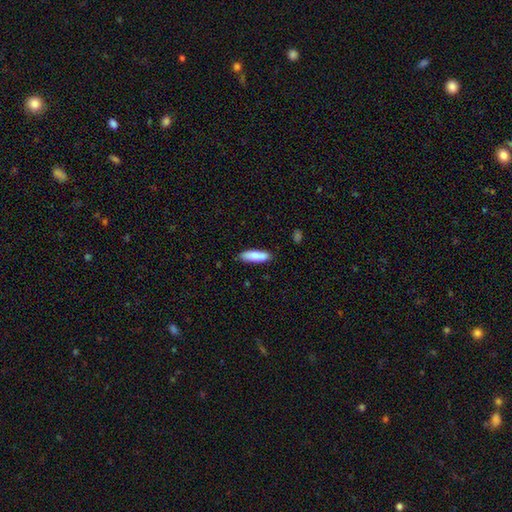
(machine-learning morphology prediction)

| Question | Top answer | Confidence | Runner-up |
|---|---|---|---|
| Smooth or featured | smooth | 83% | featured or disk (11%) |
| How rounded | in between | 50% | cigar-shaped (48%) |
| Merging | none | 85% | minor disturbance (11%) |